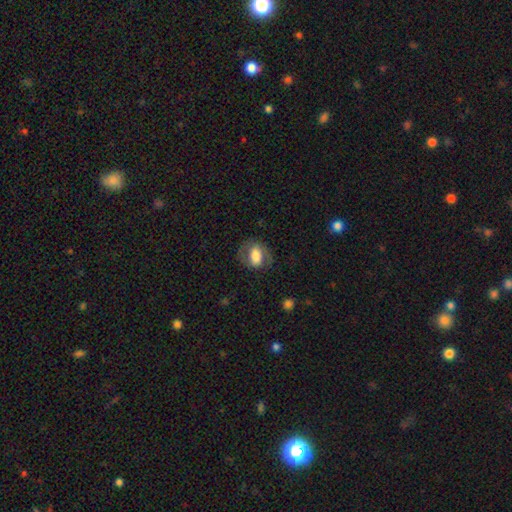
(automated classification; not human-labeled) Smooth or featured? smooth (55%)
How rounded? in between (74%)
Merging? none (67%)